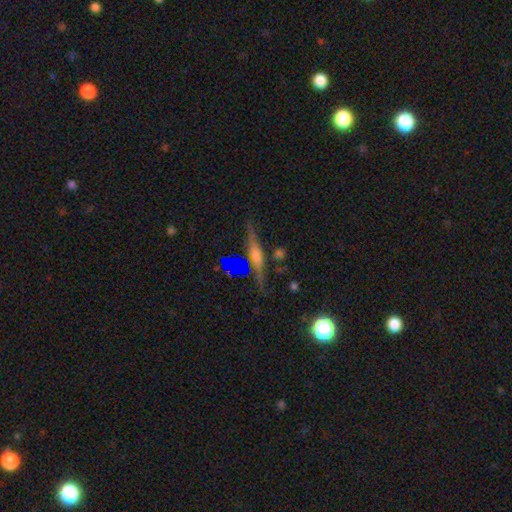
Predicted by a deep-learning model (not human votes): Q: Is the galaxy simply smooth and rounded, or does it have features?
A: featured or disk — 38%.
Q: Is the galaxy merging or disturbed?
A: none — 68%.